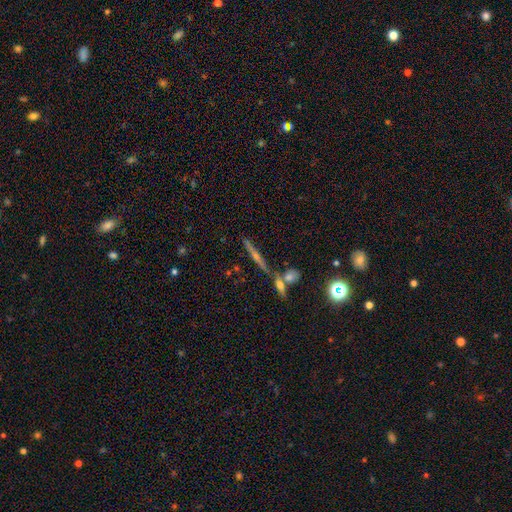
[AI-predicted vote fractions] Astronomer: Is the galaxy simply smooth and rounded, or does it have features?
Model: featured or disk — 68%.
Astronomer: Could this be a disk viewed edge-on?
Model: yes — 96%.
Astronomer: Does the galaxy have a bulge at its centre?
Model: rounded — 77%.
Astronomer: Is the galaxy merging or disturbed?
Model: none — 72%.